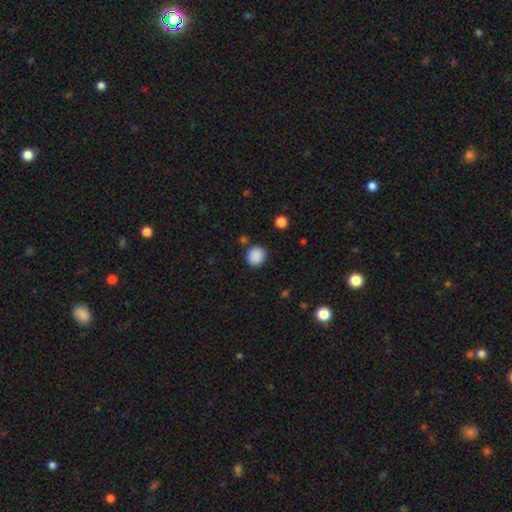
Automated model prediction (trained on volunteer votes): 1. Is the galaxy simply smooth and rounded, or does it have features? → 88% smooth, 9% star or artifact, 3% featured or disk.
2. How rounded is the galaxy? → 89% round, 10% in between, 1% cigar-shaped.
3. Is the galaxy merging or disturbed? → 83% none, 10% minor disturbance, 4% merger, 3% major disturbance.